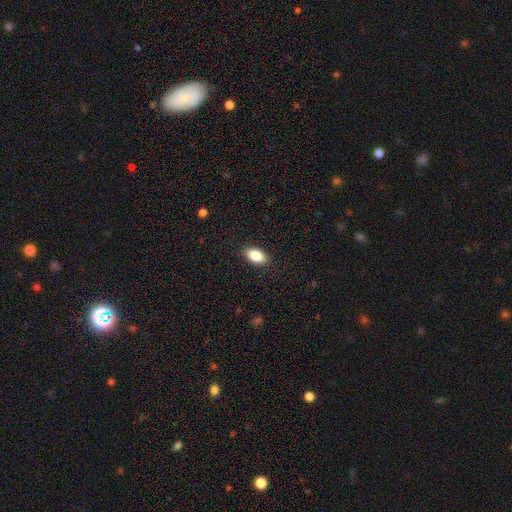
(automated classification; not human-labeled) This appears to be a smooth galaxy with no disk features (86%) that is in between round and cigar-shaped (92%). Merging: none (88%).